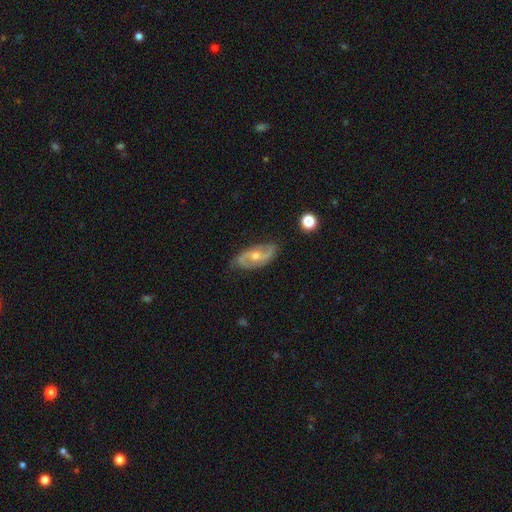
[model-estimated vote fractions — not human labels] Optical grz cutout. It shows a featured or disk galaxy (80%) with no bar (49%), 2 (87%) medium (45%) spiral arms (91%) and a moderate central bulge (57%). Merging: none (79%).